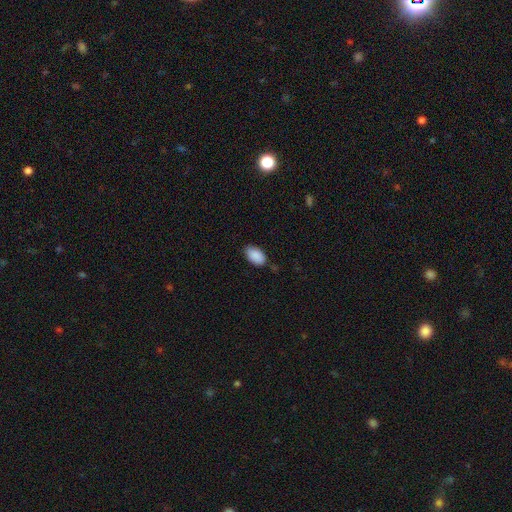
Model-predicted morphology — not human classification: Smooth or featured? Predicted: smooth (p=0.90). How rounded? Predicted: in between (p=0.95). Merging? Predicted: none (p=0.80).